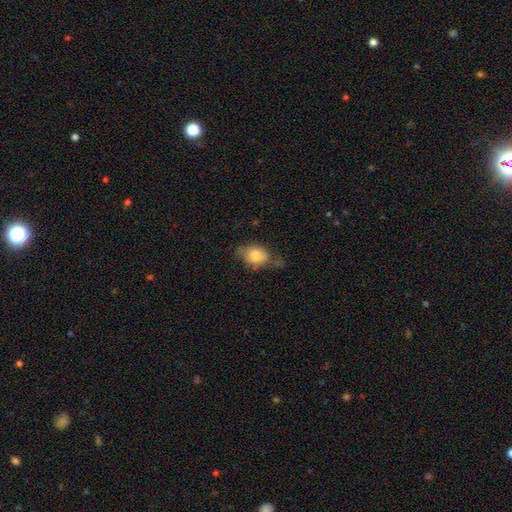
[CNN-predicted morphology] Smooth or featured? Predicted: smooth (p=0.77). How rounded? Predicted: in between (p=0.73). Merging? Predicted: none (p=0.45).